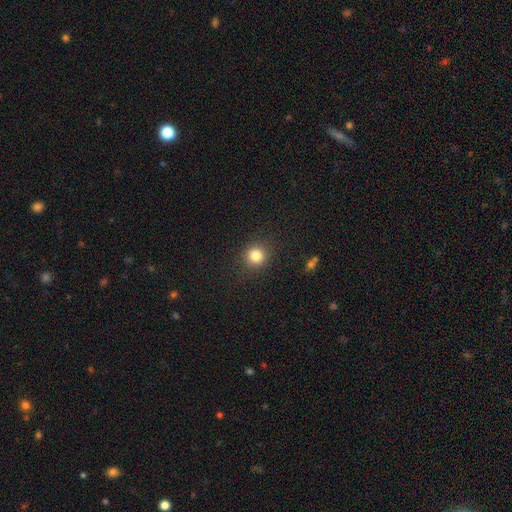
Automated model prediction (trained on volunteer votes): smooth-or-featured: smooth: 83% | star or artifact: 12% | featured or disk: 5%
  how-rounded: round: 89% | in between: 10% | cigar-shaped: 1%
  merging: none: 89% | minor disturbance: 7% | major disturbance: 3% | merger: 1%